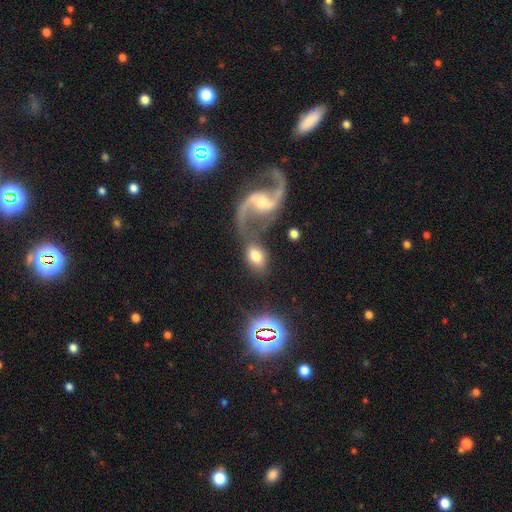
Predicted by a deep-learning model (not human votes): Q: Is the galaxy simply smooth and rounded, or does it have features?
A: smooth — 60%.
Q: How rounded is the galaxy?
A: in between — 84%.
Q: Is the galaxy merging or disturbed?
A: none — 49%.